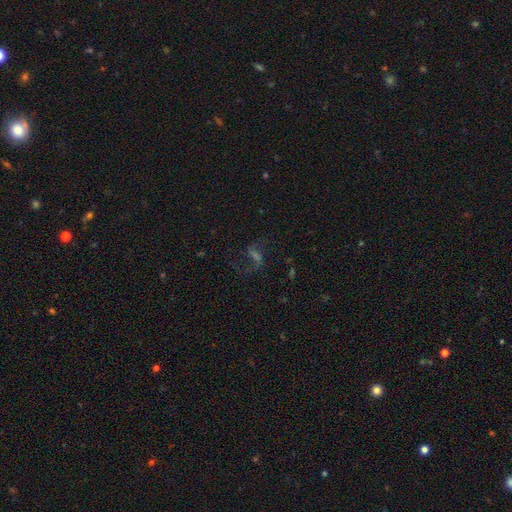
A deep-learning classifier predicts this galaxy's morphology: smooth_or_featured: featured or disk (p=0.64) [alt: star or artifact p=0.21]
disk_edge_on: no (p=0.95) [alt: yes p=0.05]
bar: weak (p=0.45) [alt: strong p=0.32]
has_spiral_arms: yes (p=0.90) [alt: no p=0.10]
spiral_winding: loose (p=0.75) [alt: medium p=0.20]
spiral_arm_count: 2 (p=0.86) [alt: 1 p=0.06]
bulge_size: none (p=0.40) [alt: small p=0.30]
merging: none (p=0.68) [alt: major disturbance p=0.16]